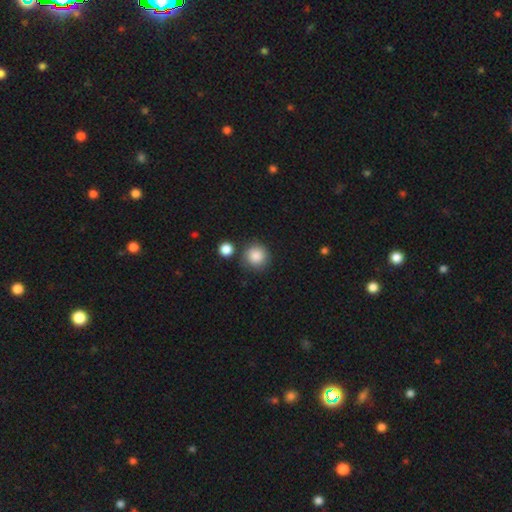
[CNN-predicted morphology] Smooth or featured? Predicted: smooth (p=0.87). How rounded? Predicted: round (p=0.93). Merging? Predicted: none (p=0.80).